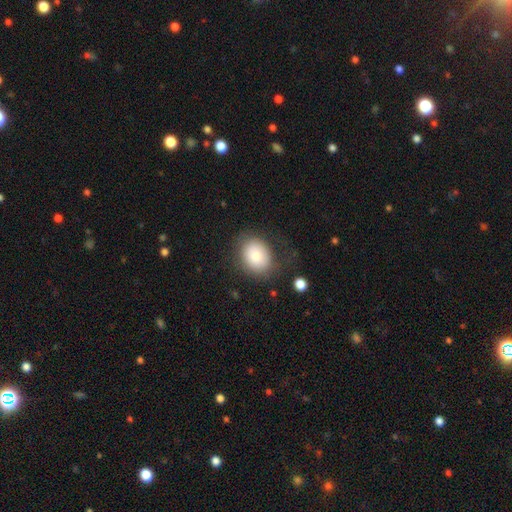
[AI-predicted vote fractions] smooth 80%, featured or disk 12%, star or artifact 8%. Down the decision tree: how rounded — in between (51%); merging — none (67%).